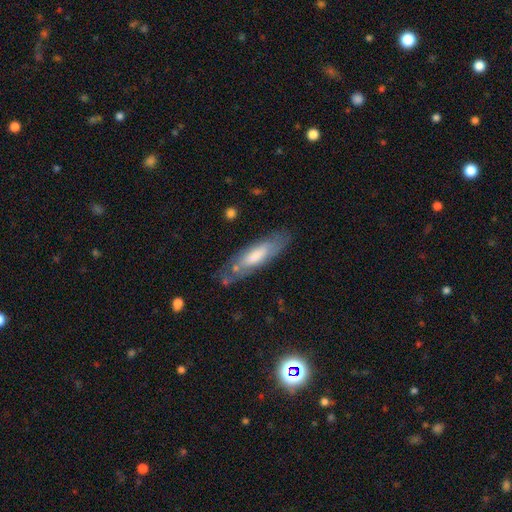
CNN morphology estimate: This appears to be a smooth galaxy with no disk features (57%) that is cigar-shaped (62%). Merging: none (73%).